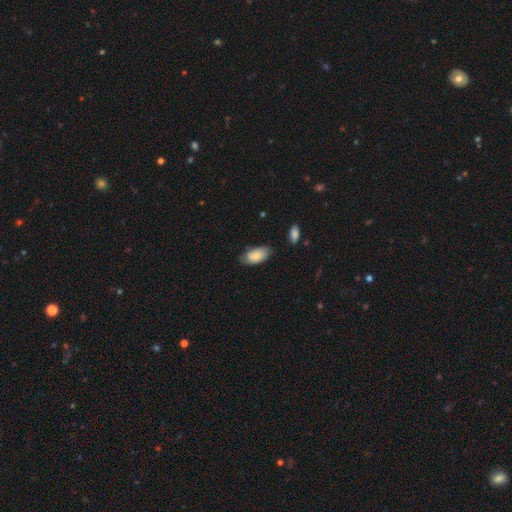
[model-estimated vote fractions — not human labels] This is likely a smooth galaxy (79%). How rounded: clearly in between (93%). Merging: likely none (70%).